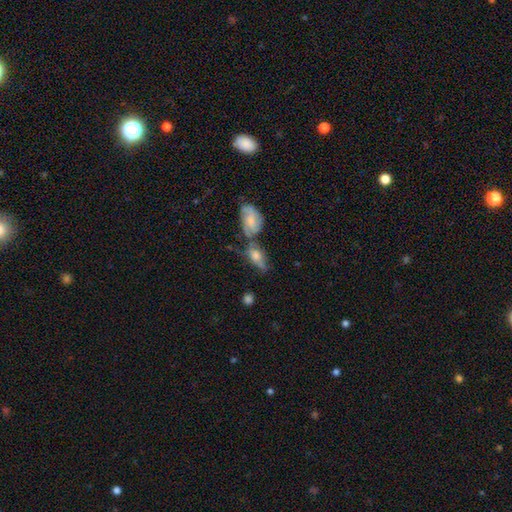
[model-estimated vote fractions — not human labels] smooth 49%, featured or disk 41%, star or artifact 9%. Down the decision tree: merging — merger (35%).